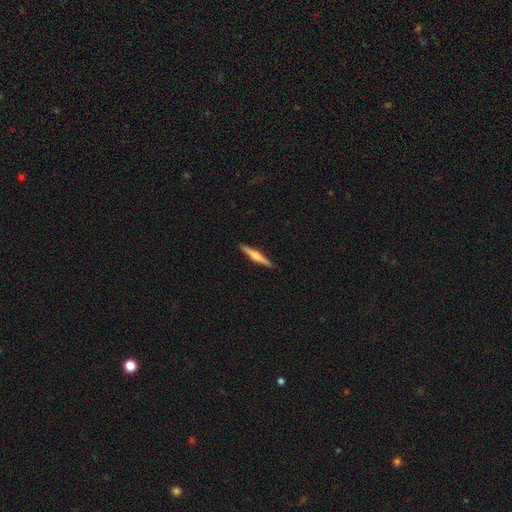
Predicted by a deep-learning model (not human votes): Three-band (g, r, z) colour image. It shows a featured or disk galaxy (65%) viewed edge-on (98%) with a rounded central bulge (89%). Merging: none (92%).